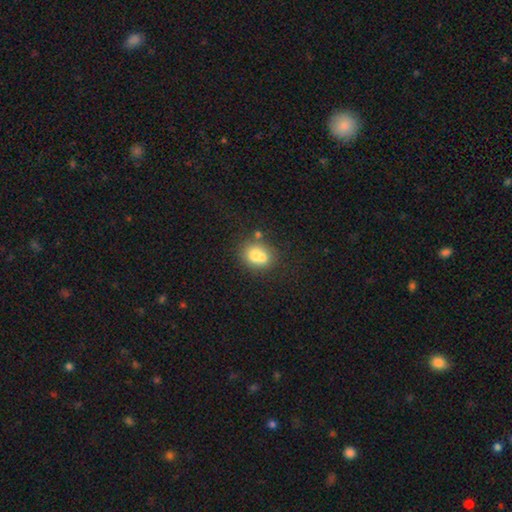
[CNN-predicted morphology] Overall: smooth (71%). How rounded: round (60%; in between 39%). Merging: merger (41%, tied with none).